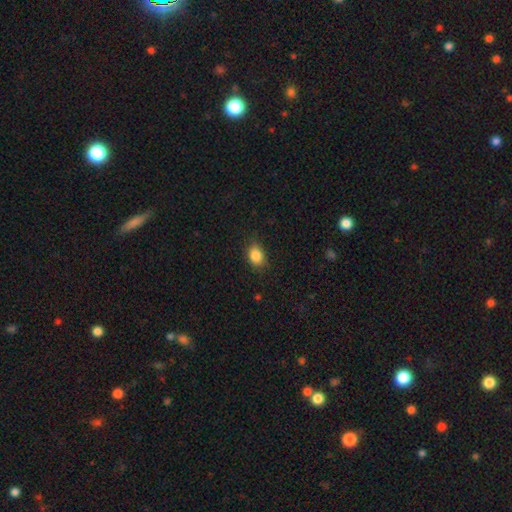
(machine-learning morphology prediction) This appears to be a smooth galaxy with no disk features (85%) that is in between round and cigar-shaped (65%). Merging: none (78%).